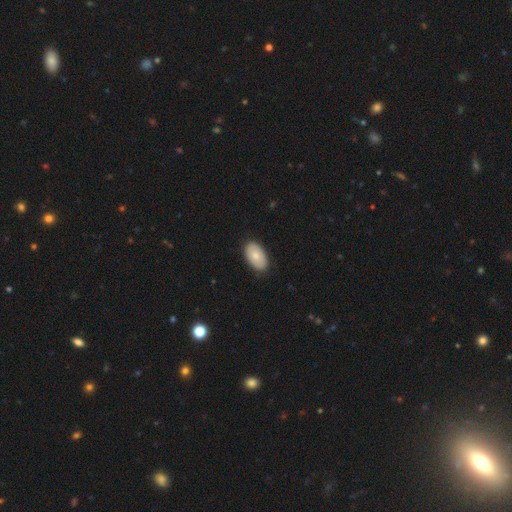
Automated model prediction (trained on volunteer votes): The model was most divided on "smooth or featured": smooth: 79%, featured or disk: 15%, star or artifact: 6%. More confident: how rounded — in between (94%); merging — none (87%).